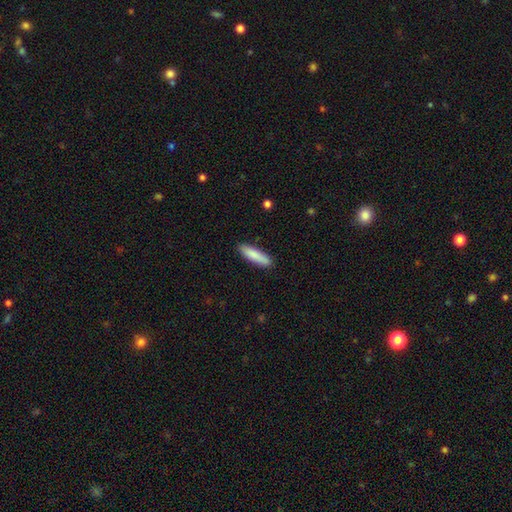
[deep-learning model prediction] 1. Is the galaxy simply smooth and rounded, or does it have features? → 85% smooth, 10% featured or disk, 5% star or artifact.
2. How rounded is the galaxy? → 75% cigar-shaped, 24% in between, 1% round.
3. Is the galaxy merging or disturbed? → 88% none, 9% minor disturbance, 2% major disturbance, 1% merger.